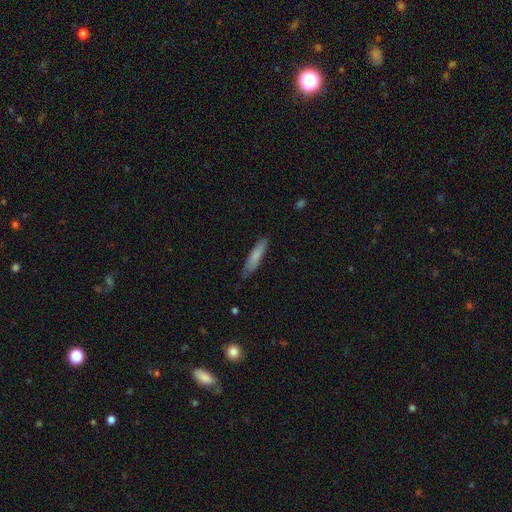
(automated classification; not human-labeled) smooth-or-featured: smooth: 78% | featured or disk: 16% | star or artifact: 6%
  how-rounded: cigar-shaped: 86% | in between: 13% | round: 1%
  merging: none: 79% | minor disturbance: 17% | major disturbance: 3% | merger: 1%